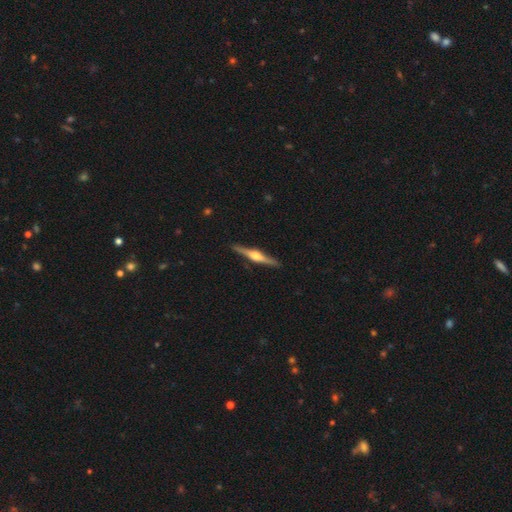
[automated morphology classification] Smooth or featured: featured or disk — 78% (smooth — 17%)
Edge-on disk: yes — 98% (no — 2%)
Edge-on bulge: rounded — 92% (boxy — 6%)
Merging: none — 91% (minor disturbance — 6%)